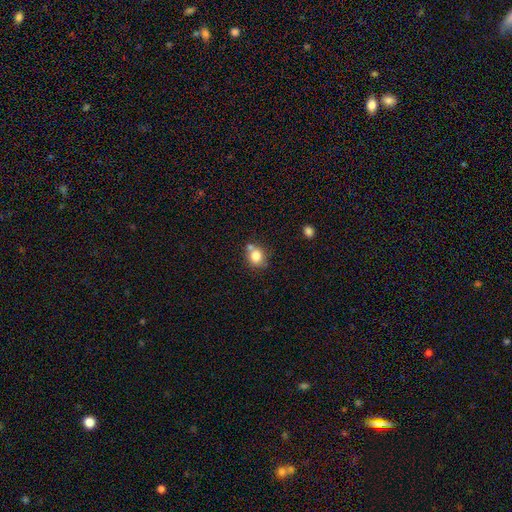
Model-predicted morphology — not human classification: This appears to be a smooth galaxy with no disk features (80%) that is round (74%). Merging: none (58%).